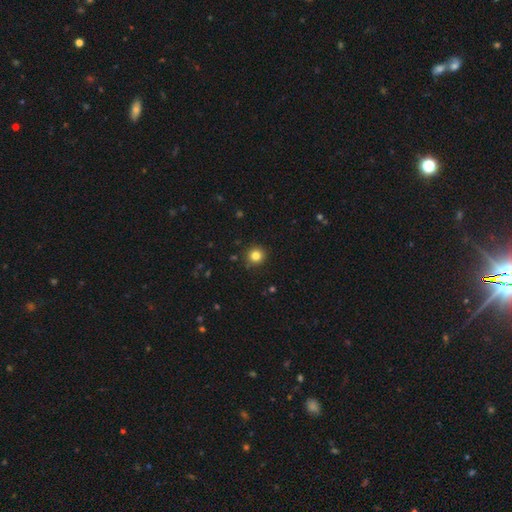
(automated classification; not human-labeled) This appears to be a smooth galaxy with no disk features (82%) that is round (94%). Merging: none (91%).